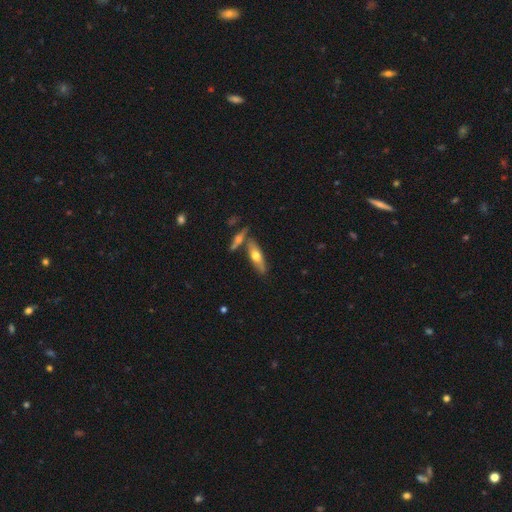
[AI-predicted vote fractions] This is possibly a smooth galaxy (51%). How rounded: possibly cigar-shaped (55%). Merging: likely none (68%).